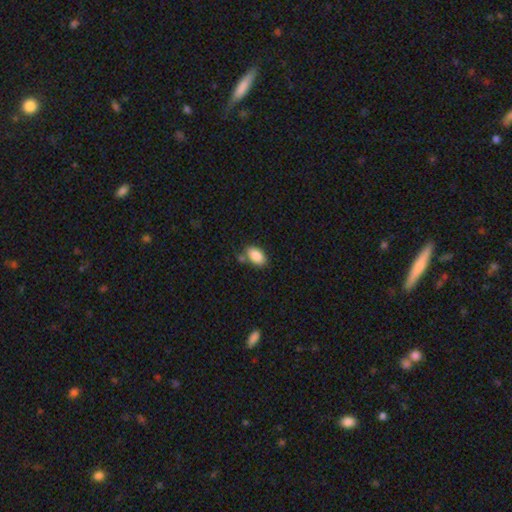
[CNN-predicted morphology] Smooth or featured?
  - smooth: 88% *
  - star or artifact: 7%
  - featured or disk: 5%
How rounded?
  - in between: 92% *
  - round: 7%
  - cigar-shaped: 2%
Merging?
  - none: 70% *
  - minor disturbance: 15%
  - merger: 12%
  - major disturbance: 4%